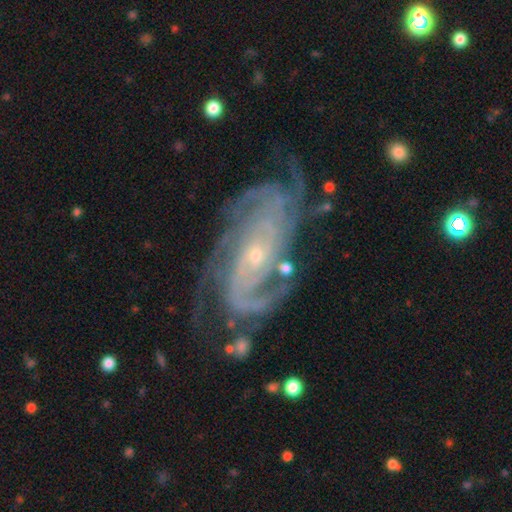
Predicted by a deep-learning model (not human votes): Smooth or featured: featured or disk — 92% (star or artifact — 5%)
Edge-on disk: no — 96% (yes — 4%)
Bar: no — 62% (weak — 24%)
Spiral arms: yes — 98% (no — 2%)
Spiral winding: tight — 62% (medium — 32%)
Spiral arm count: 3 — 24% (4 — 22%)
Bulge size: small — 80% (moderate — 16%)
Merging: none — 68% (minor disturbance — 19%)